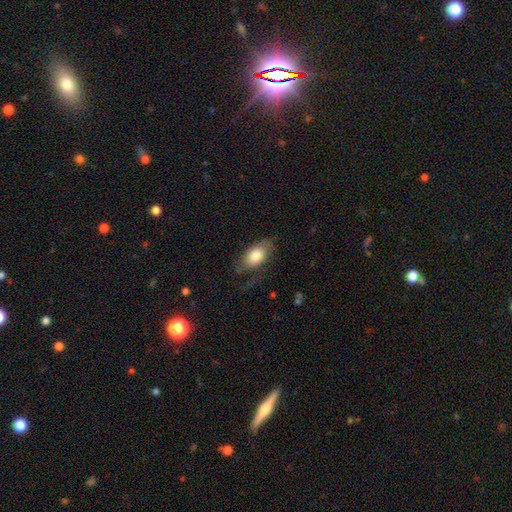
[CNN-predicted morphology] The model was most divided on "merging": none: 50%, minor disturbance: 25%, major disturbance: 23%, merger: 2%. More confident: how rounded — in between (91%); smooth or featured — smooth (69%).